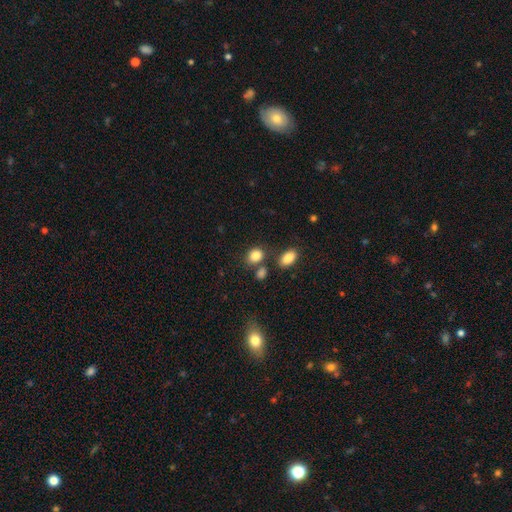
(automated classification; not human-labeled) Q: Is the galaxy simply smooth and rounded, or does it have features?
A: smooth — 85%.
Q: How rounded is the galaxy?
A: in between — 51%.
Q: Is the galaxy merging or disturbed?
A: none — 66%.